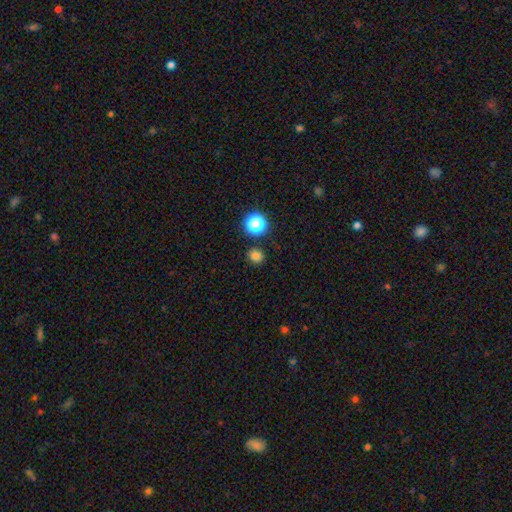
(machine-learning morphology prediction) A smooth galaxy with no disk features (78%) that is round (86%).

Vote fractions:
- Smooth or featured? smooth: 78% / star or artifact: 17% / featured or disk: 5%
- How rounded? round: 86% / in between: 13% / cigar-shaped: 1%
- Merging? none: 87% / minor disturbance: 7% / merger: 3% / major disturbance: 2%